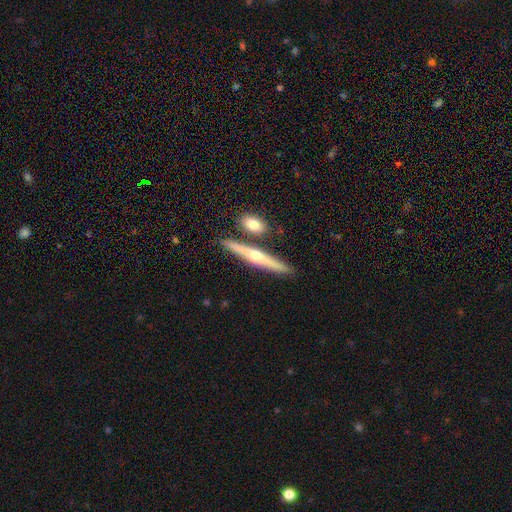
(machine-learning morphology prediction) smooth-or-featured: featured or disk: 67% | smooth: 27% | star or artifact: 7%
  disk-edge-on: yes: 96% | no: 4%
    edge-on-bulge: rounded: 89% | none: 8% | boxy: 3%
  merging: none: 79% | merger: 12% | minor disturbance: 8% | major disturbance: 2%